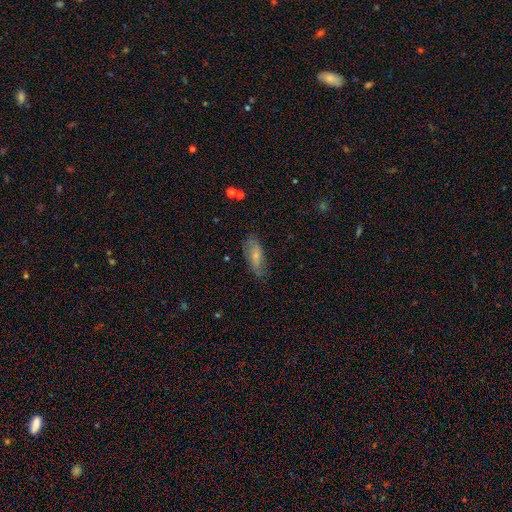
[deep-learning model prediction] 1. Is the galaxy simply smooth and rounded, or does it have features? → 61% smooth, 31% featured or disk, 8% star or artifact.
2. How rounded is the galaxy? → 69% in between, 29% cigar-shaped, 3% round.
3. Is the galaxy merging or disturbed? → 69% none, 23% minor disturbance, 6% major disturbance, 2% merger.